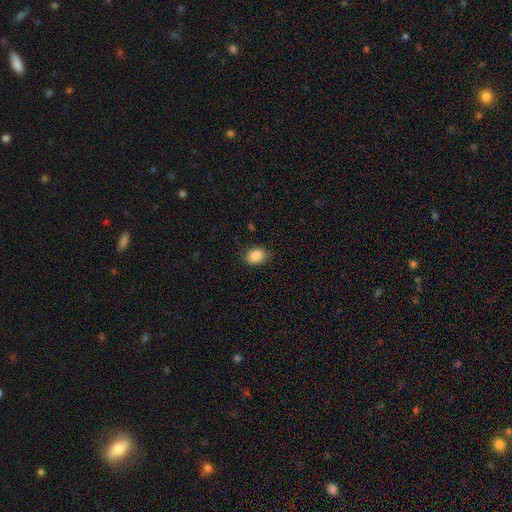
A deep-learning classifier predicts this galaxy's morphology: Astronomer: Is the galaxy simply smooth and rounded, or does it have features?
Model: smooth — 86%.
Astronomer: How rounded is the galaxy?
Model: in between — 66%.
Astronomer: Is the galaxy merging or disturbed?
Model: none — 85%.